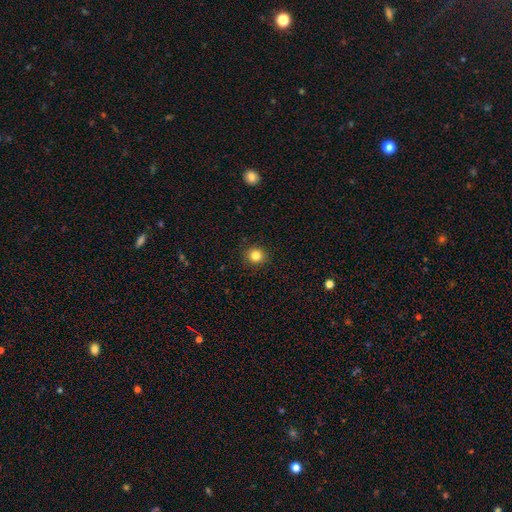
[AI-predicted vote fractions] Morphology: type=smooth (83%); roundness=round (92%); merging=none (91%).